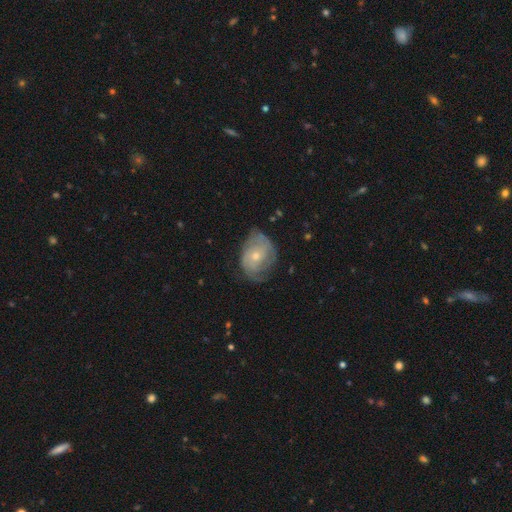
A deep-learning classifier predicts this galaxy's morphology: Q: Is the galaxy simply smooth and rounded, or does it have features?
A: featured or disk — 72%.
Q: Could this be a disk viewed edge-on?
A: no — 97%.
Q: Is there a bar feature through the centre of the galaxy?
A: no — 72%.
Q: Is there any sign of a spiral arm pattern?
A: yes — 87%.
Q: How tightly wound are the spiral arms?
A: tight — 53%.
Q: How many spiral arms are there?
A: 2 — 43%.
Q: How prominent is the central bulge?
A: small — 48%, tied with moderate.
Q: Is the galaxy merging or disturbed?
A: none — 61%.